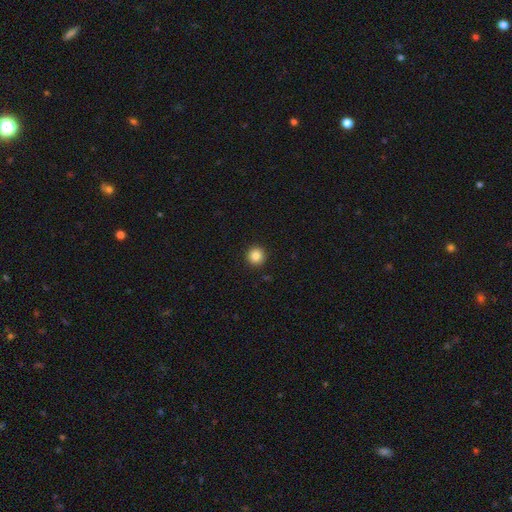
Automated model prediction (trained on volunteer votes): This is clearly a smooth galaxy (86%). How rounded: clearly round (94%). Merging: clearly none (93%).